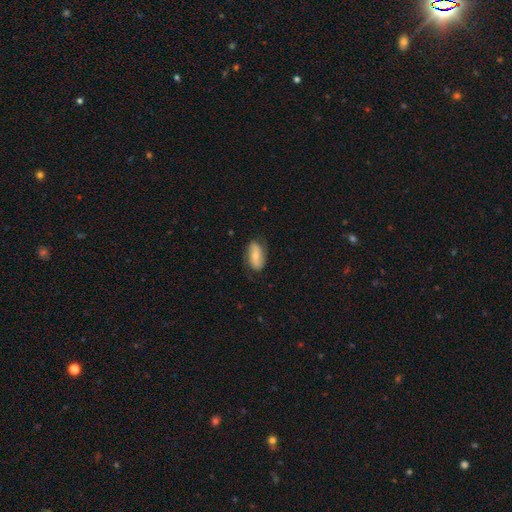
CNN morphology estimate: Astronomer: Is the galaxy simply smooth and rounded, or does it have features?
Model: smooth — 51% (runner-up: featured or disk, 43%).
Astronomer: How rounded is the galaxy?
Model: in between — 89%.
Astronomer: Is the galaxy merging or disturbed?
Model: none — 74%.